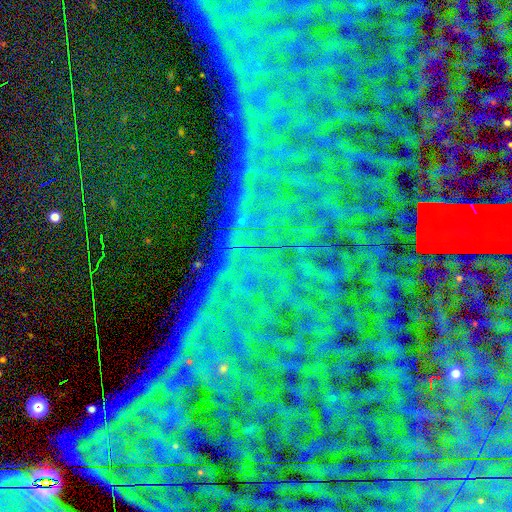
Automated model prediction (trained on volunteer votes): This is clearly a star or artifact rather than a galaxy (84%).